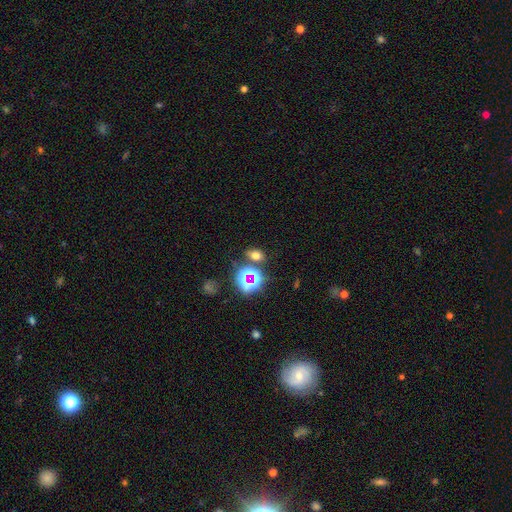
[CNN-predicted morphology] smooth-or-featured: smooth: 59% | star or artifact: 32% | featured or disk: 9%
  how-rounded: in between: 70% | round: 29% | cigar-shaped: 2%
  merging: none: 76% | minor disturbance: 11% | merger: 9% | major disturbance: 4%